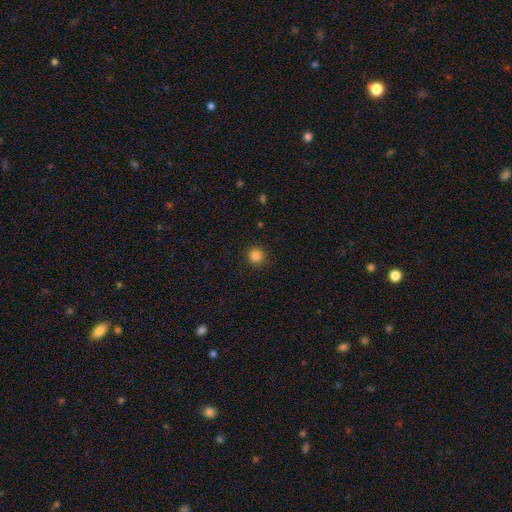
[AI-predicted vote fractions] A smooth galaxy with no disk features (85%) that is round (93%). Merging: none (90%).